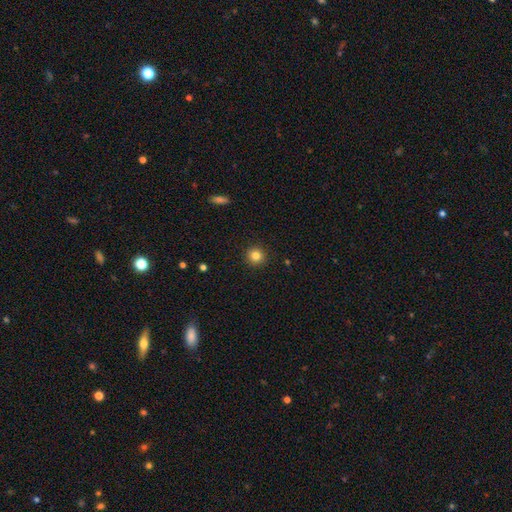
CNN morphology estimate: Smooth or featured? smooth (83%)
How rounded? round (94%)
Merging? none (93%)